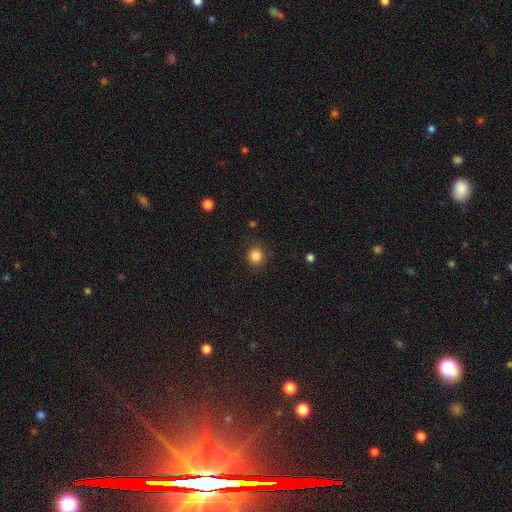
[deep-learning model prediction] Smooth or featured: smooth — 85% (star or artifact — 11%)
How rounded: round — 91% (in between — 8%)
Merging: none — 88% (minor disturbance — 8%)